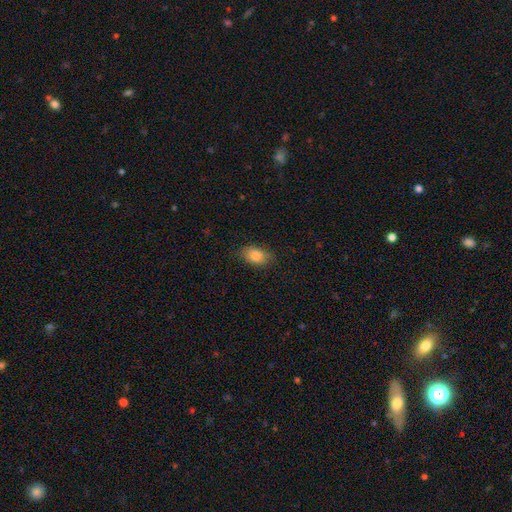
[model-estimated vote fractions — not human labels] A smooth galaxy with no disk features (86%) that is in between round and cigar-shaped (86%). Merging: none (76%).